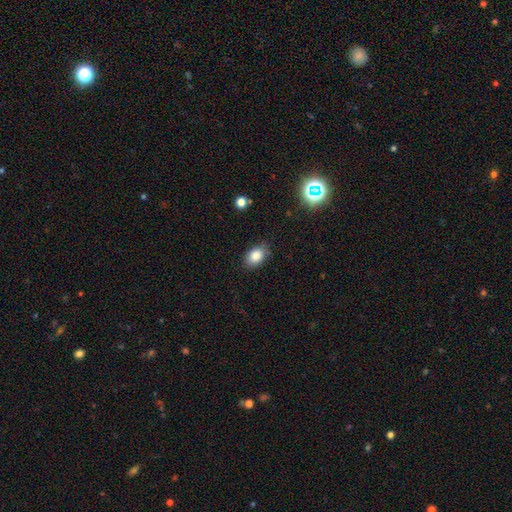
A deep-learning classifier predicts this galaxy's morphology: smooth-or-featured: smooth: 83% | star or artifact: 10% | featured or disk: 8%
  how-rounded: in between: 81% | round: 18% | cigar-shaped: 1%
  merging: none: 82% | minor disturbance: 14% | major disturbance: 3% | merger: 1%